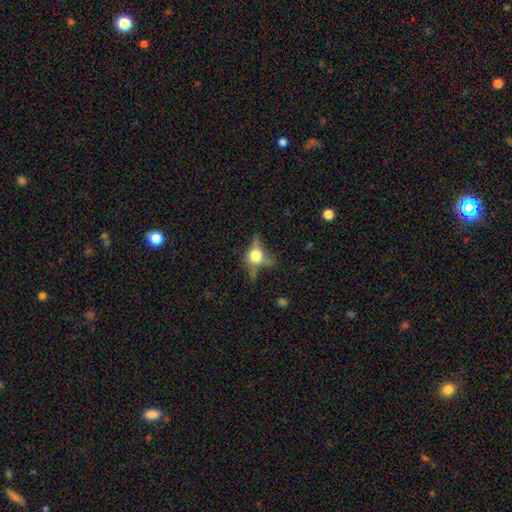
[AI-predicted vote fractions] Smooth or featured?
  - smooth: 45% *
  - featured or disk: 39%
  - star or artifact: 15%
Merging?
  - none: 54% *
  - minor disturbance: 21%
  - major disturbance: 19%
  - merger: 6%